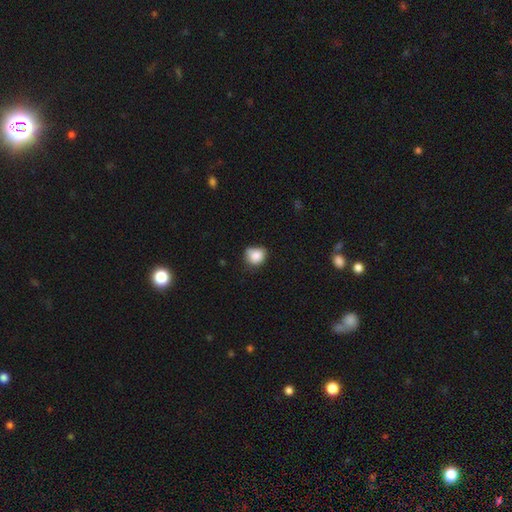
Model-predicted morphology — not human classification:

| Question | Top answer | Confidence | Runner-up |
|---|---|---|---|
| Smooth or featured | smooth | 85% | star or artifact (9%) |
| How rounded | round | 75% | in between (24%) |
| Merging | none | 59% | minor disturbance (32%) |